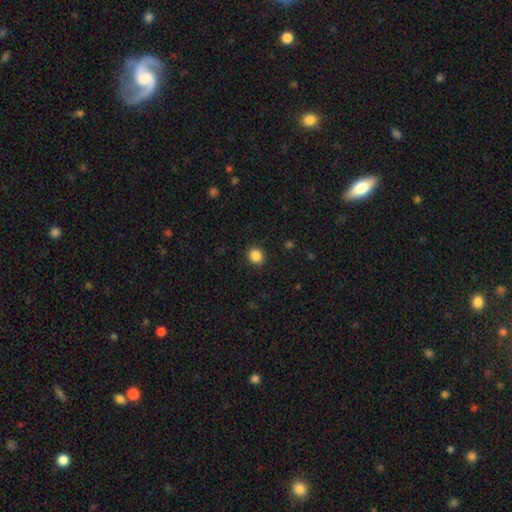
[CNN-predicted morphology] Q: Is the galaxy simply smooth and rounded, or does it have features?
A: smooth — 87%.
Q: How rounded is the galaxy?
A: round — 81%.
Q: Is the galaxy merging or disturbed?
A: none — 89%.